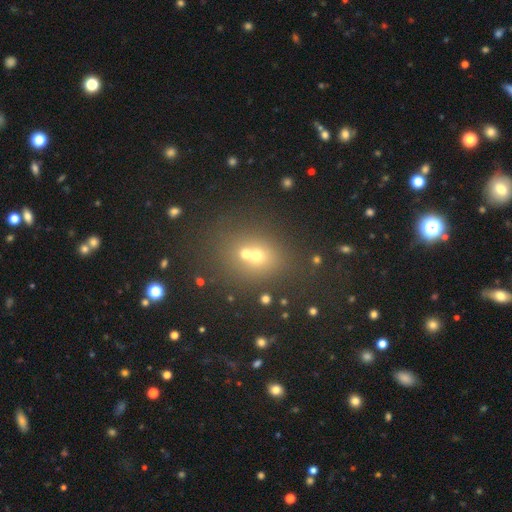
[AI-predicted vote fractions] Smooth or featured: smooth — 54% (star or artifact — 30%)
How rounded: round — 61% (in between — 37%)
Merging: none — 46% (merger — 43%)